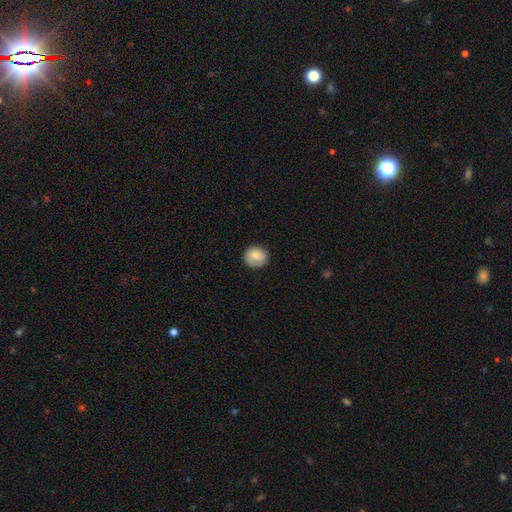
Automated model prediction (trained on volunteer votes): Smooth or featured? Predicted: smooth (p=0.82). How rounded? Predicted: round (p=0.87). Merging? Predicted: none (p=0.81).